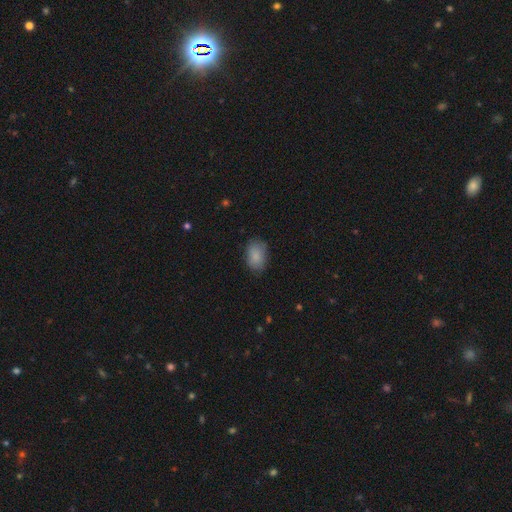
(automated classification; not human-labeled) Overall: smooth (88%). How rounded: in between (86%). Merging: none (78%).